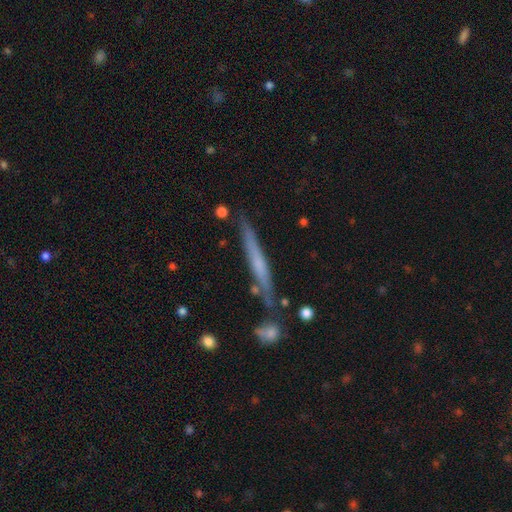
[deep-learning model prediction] Overall: featured or disk (58%; smooth 33%). Edge-on disk: yes (94%). Edge-on bulge: none (57%; rounded 35%). Merging: none (79%).